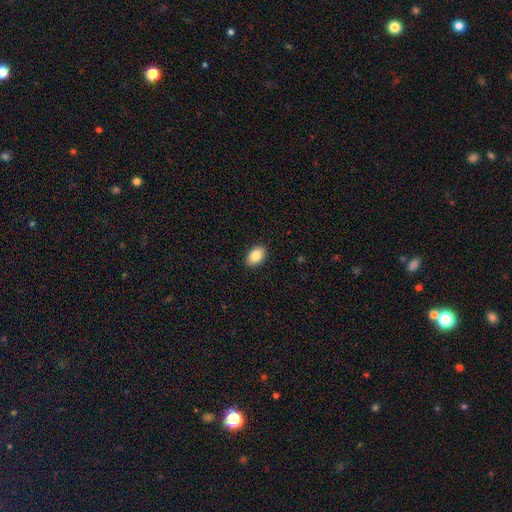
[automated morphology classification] The model was most divided on "how rounded": in between: 87%, round: 11%, cigar-shaped: 1%. More confident: merging — none (90%); smooth or featured — smooth (86%).